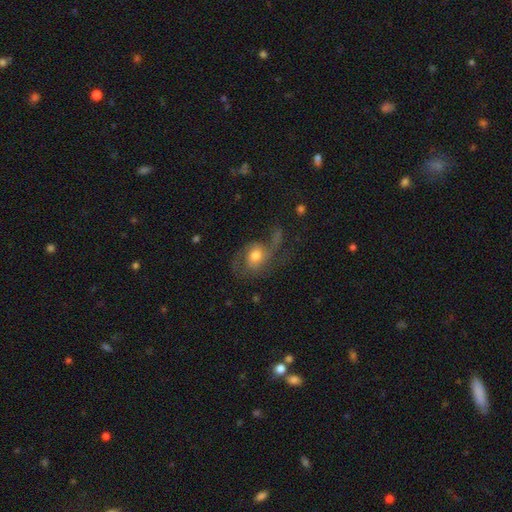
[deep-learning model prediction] smooth_or_featured: featured or disk (p=0.59) [alt: smooth p=0.32]
disk_edge_on: no (p=0.96) [alt: yes p=0.04]
bar: no (p=0.70) [alt: weak p=0.24]
has_spiral_arms: yes (p=0.82) [alt: no p=0.18]
bulge_size: moderate (p=0.65) [alt: large p=0.16]
merging: major disturbance (p=0.39) [alt: none p=0.37]